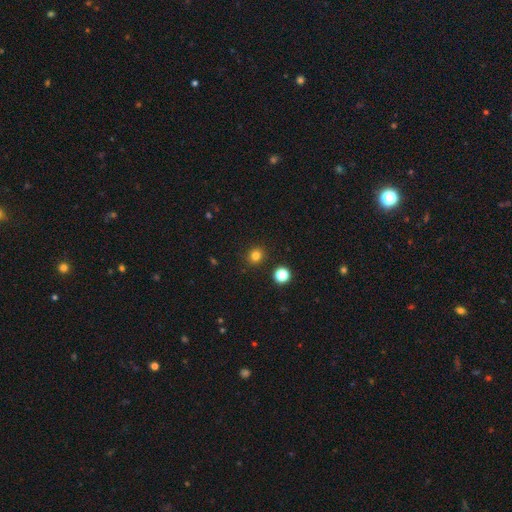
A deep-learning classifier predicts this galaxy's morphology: Smooth or featured? smooth (80%)
How rounded? round (84%)
Merging? none (89%)